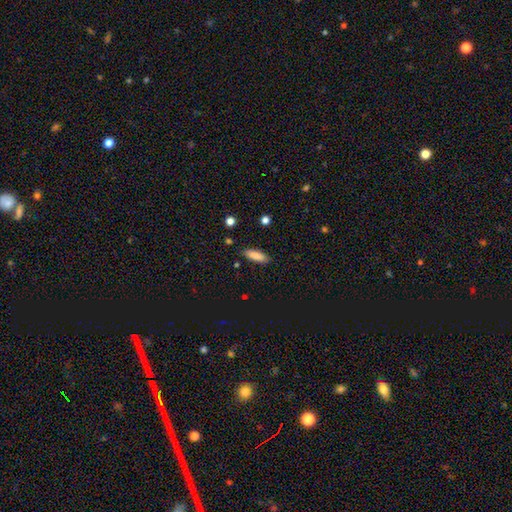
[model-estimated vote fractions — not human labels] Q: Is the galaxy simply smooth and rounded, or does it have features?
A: smooth — 86%.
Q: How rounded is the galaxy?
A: in between — 55%.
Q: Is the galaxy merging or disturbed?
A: none — 87%.